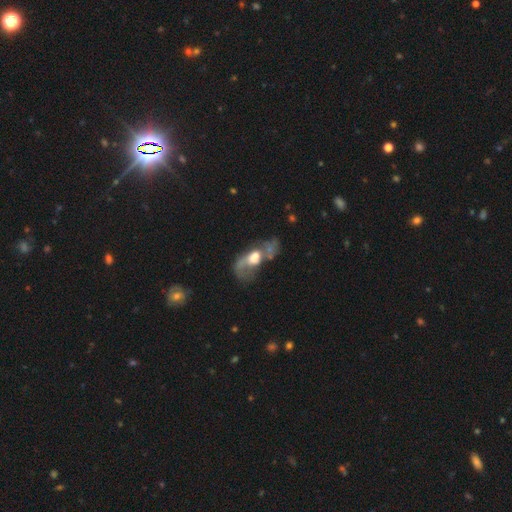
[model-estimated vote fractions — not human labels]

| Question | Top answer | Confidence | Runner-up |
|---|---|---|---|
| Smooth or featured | featured or disk | 64% | smooth (27%) |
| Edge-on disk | no | 92% | yes (8%) |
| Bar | no | 67% | weak (25%) |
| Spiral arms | yes | 57% | no (43%) |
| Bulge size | moderate | 52% | large (29%) |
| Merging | merger | 31% | major disturbance (29%) |